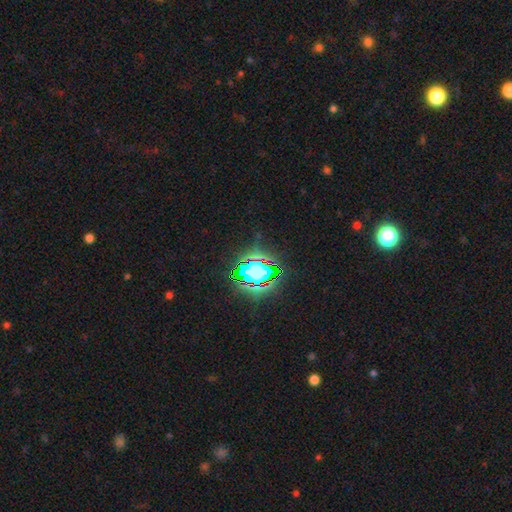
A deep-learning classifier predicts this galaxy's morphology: Smooth or featured? Predicted: star or artifact (p=0.72).